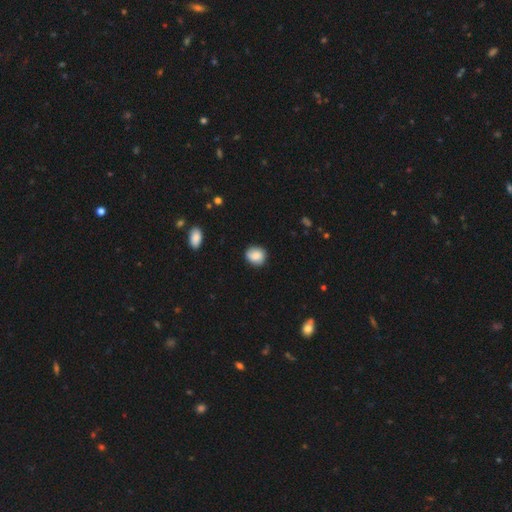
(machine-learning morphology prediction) Smooth or featured?
  - smooth: 80% *
  - featured or disk: 12%
  - star or artifact: 8%
How rounded?
  - round: 71% *
  - in between: 28%
  - cigar-shaped: 1%
Merging?
  - none: 83% *
  - minor disturbance: 13%
  - major disturbance: 3%
  - merger: 1%